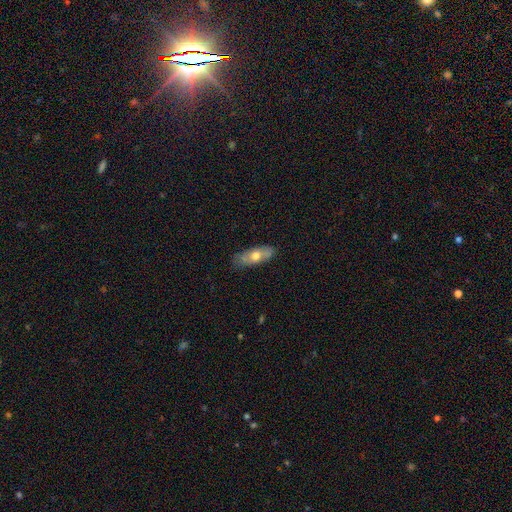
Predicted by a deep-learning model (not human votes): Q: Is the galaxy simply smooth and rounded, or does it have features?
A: smooth — 57%.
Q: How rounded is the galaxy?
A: in between — 72%.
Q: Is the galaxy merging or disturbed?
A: none — 78%.